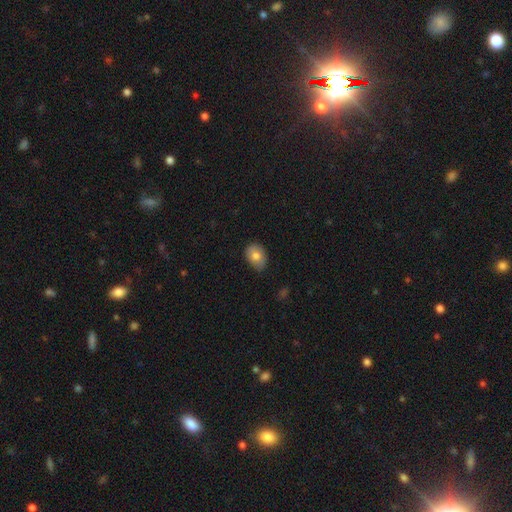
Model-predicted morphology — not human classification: A smooth galaxy with no disk features (77%) that is in between round and cigar-shaped (72%). Merging: none (70%).